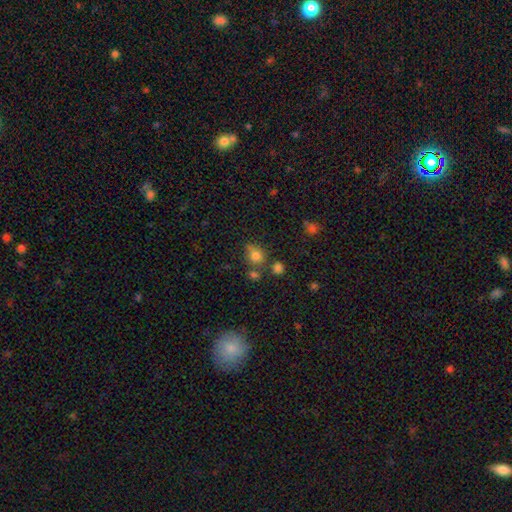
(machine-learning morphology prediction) type=smooth (77%); roundness=round (68%); merging=none (58%).